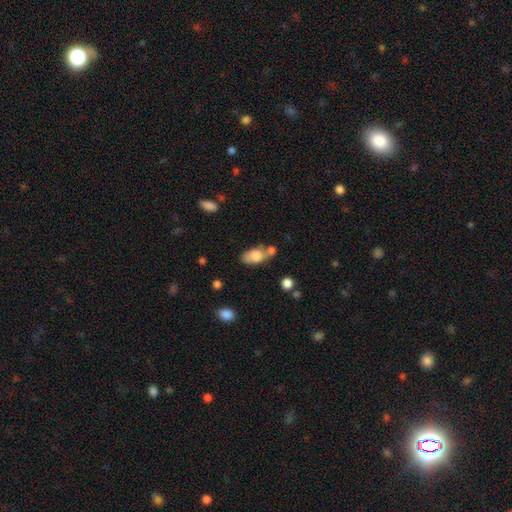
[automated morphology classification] This is likely a smooth galaxy (77%). How rounded: clearly in between (89%). Merging: possibly none (45%).